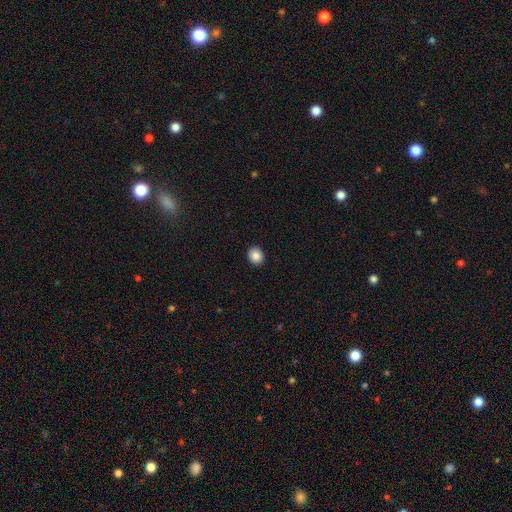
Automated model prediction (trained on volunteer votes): smooth_or_featured: smooth (p=0.88) [alt: star or artifact p=0.09]
how_rounded: round (p=0.76) [alt: in between p=0.23]
merging: none (p=0.92) [alt: minor disturbance p=0.05]